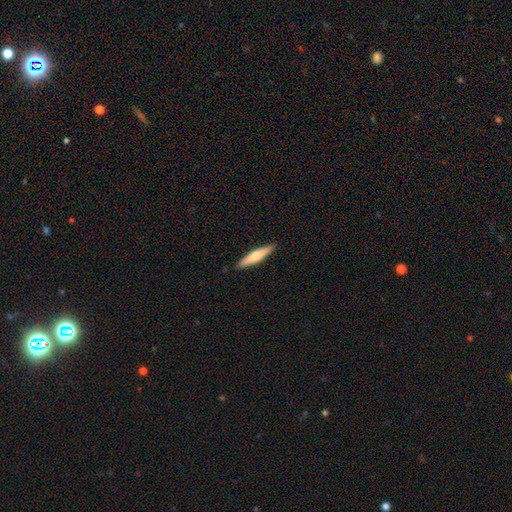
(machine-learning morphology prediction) smooth_or_featured: smooth (p=0.58) [alt: featured or disk p=0.37]
how_rounded: cigar-shaped (p=0.87) [alt: in between p=0.12]
merging: none (p=0.90) [alt: minor disturbance p=0.07]